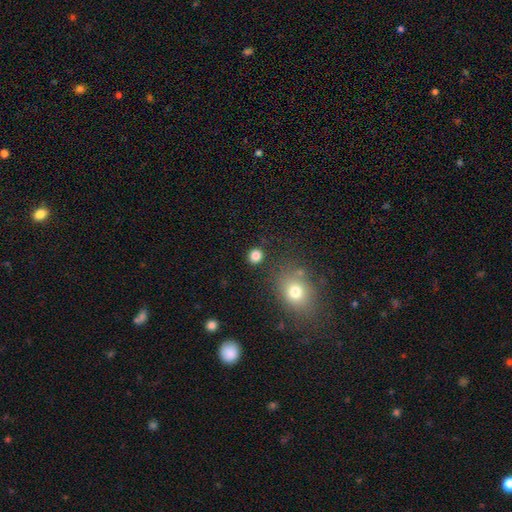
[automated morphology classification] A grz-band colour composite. It shows a smooth galaxy with no disk features (84%) that is round (79%). Merging: none (86%).